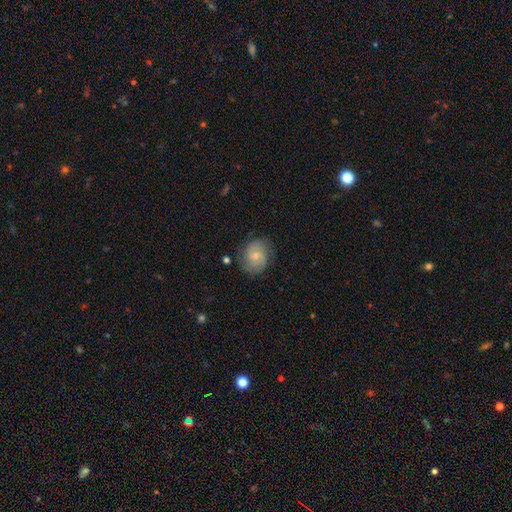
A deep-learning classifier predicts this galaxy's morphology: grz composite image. It shows a featured or disk galaxy (56%) with no bar (58%), spiral arms (88%) and a small central bulge (64%). Merging: none (75%).